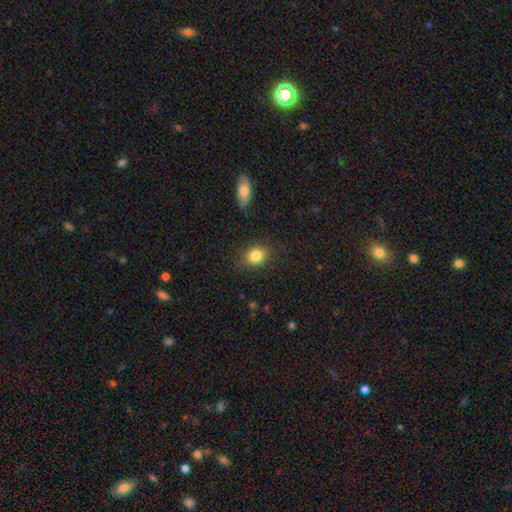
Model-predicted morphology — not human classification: Q: Smooth or featured?
A: smooth (84%); runner-up: star or artifact (10%)
Q: How rounded?
A: round (57%); runner-up: in between (42%)
Q: Merging?
A: none (84%); runner-up: minor disturbance (11%)